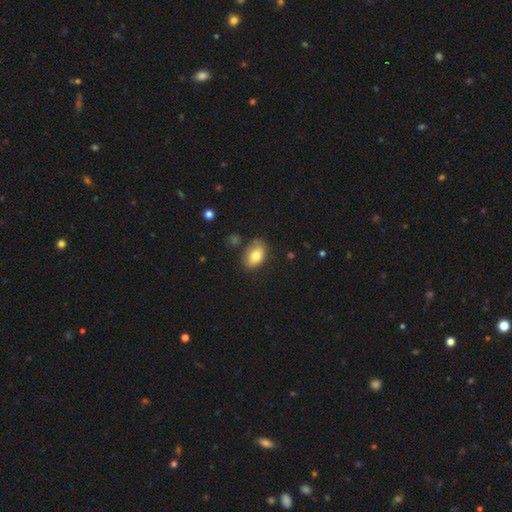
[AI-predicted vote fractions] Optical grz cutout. It shows a smooth galaxy with no disk features (79%) that is in between round and cigar-shaped (89%). Merging: none (70%).